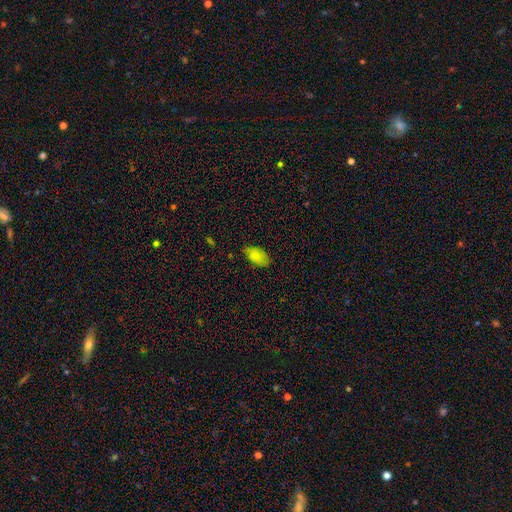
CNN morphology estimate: This is clearly a smooth galaxy (84%). How rounded: clearly in between (93%). Merging: likely none (70%).